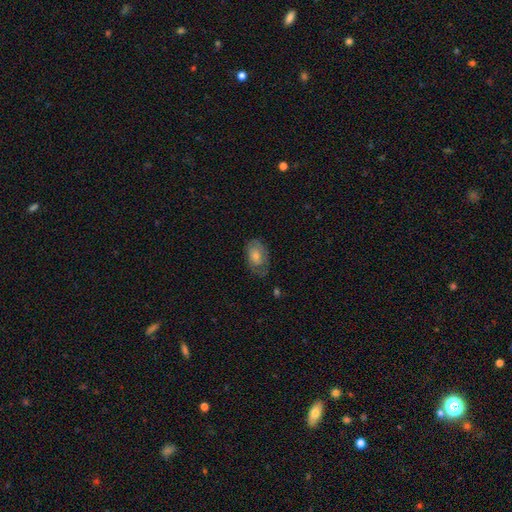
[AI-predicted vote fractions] Smooth or featured? Predicted: featured or disk (p=0.47). Merging? Predicted: none (p=0.68).